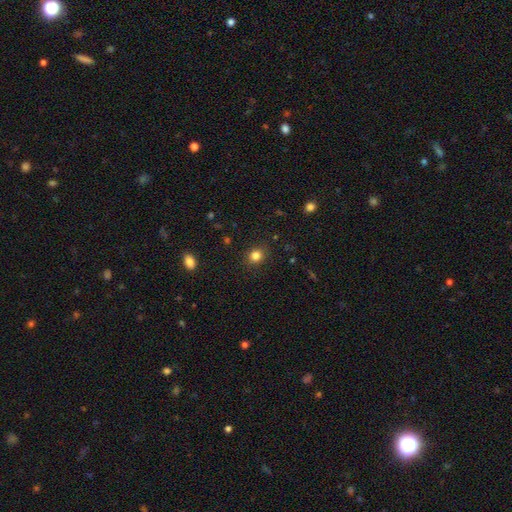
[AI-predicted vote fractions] The model was most divided on "how rounded": round: 78%, in between: 21%, cigar-shaped: 1%. More confident: merging — none (89%); smooth or featured — smooth (83%).